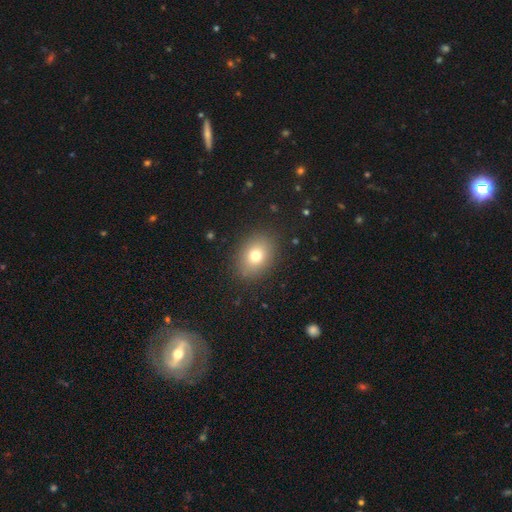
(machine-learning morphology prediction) smooth_or_featured: smooth (p=0.76) [alt: star or artifact p=0.12]
how_rounded: in between (p=0.61) [alt: round p=0.37]
merging: none (p=0.87) [alt: minor disturbance p=0.09]